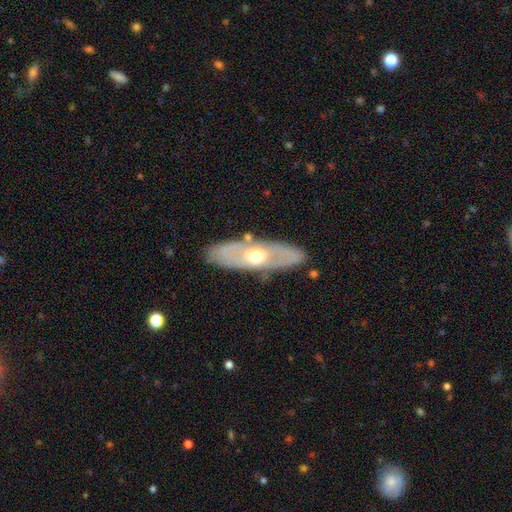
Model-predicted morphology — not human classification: Smooth or featured? featured or disk (60%)
Edge-on disk? no (70%)
Merging? none (82%)